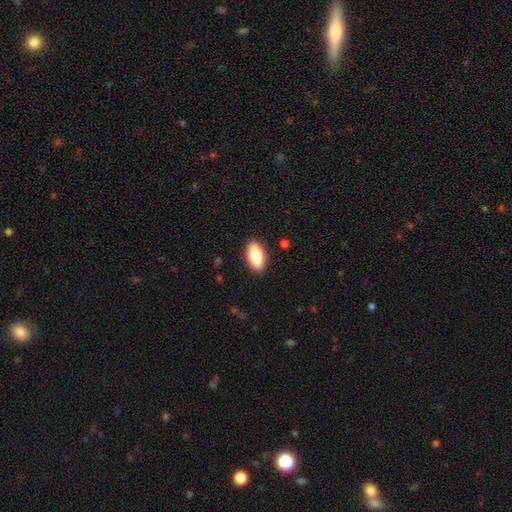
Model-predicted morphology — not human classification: Smooth or featured? Predicted: smooth (p=0.83). How rounded? Predicted: in between (p=0.89). Merging? Predicted: none (p=0.89).